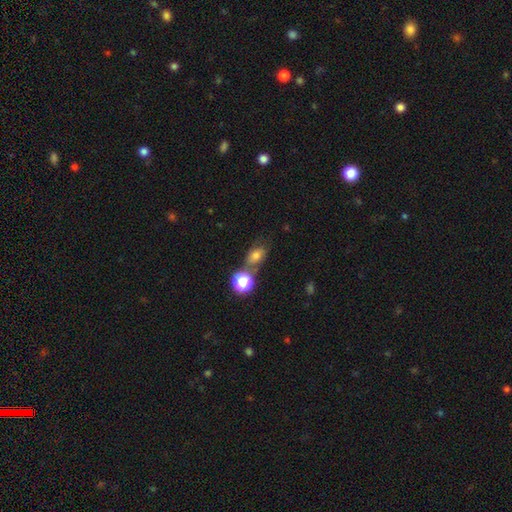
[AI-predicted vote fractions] Q: Smooth or featured?
A: smooth (67%); runner-up: star or artifact (19%)
Q: How rounded?
A: in between (67%); runner-up: round (31%)
Q: Merging?
A: none (54%); runner-up: merger (20%)